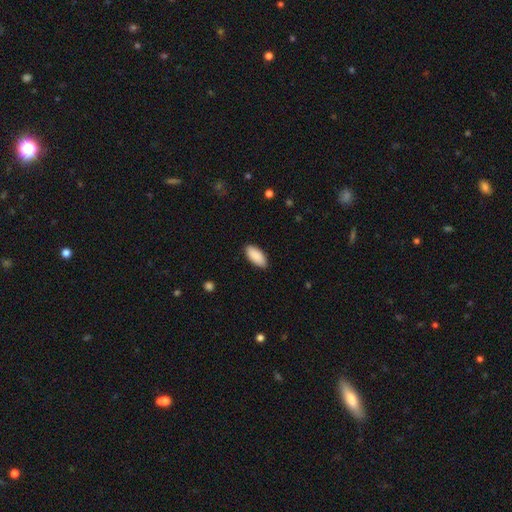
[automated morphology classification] smooth_or_featured: smooth (p=0.91) [alt: star or artifact p=0.06]
how_rounded: in between (p=0.91) [alt: cigar-shaped p=0.07]
merging: none (p=0.89) [alt: minor disturbance p=0.08]